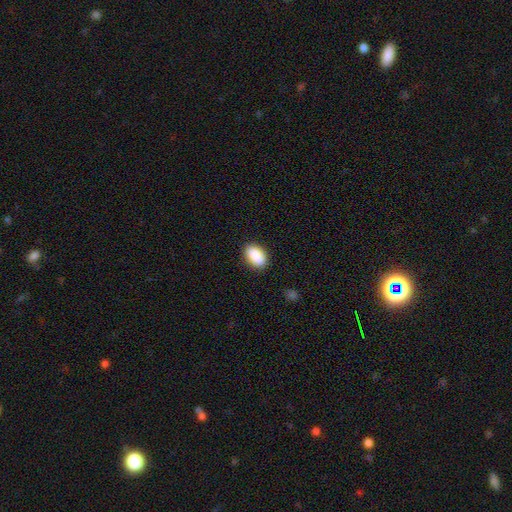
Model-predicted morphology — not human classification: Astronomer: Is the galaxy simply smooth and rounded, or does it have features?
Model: smooth — 90%.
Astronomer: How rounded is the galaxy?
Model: in between — 91%.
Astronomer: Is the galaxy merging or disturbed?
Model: none — 88%.